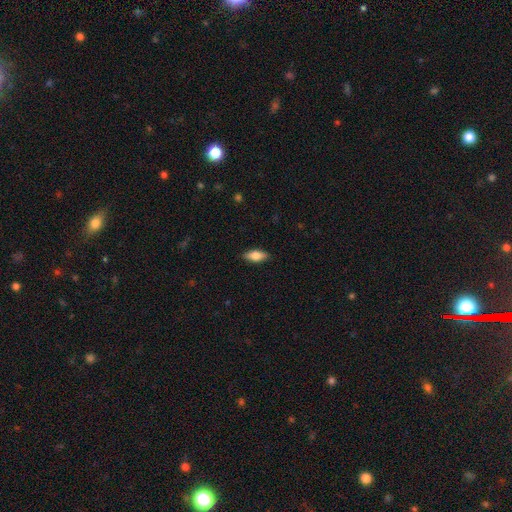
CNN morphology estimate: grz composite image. It shows a smooth galaxy with no disk features (74%) that is in between round and cigar-shaped (78%). Merging: none (88%).